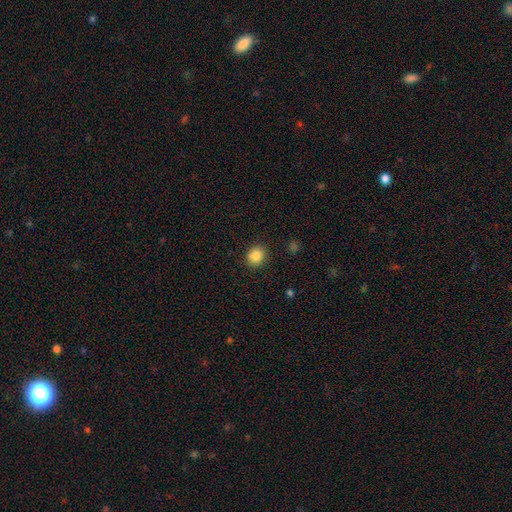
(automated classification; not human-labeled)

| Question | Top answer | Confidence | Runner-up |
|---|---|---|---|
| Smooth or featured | smooth | 85% | star or artifact (10%) |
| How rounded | round | 73% | in between (26%) |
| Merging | none | 87% | minor disturbance (9%) |